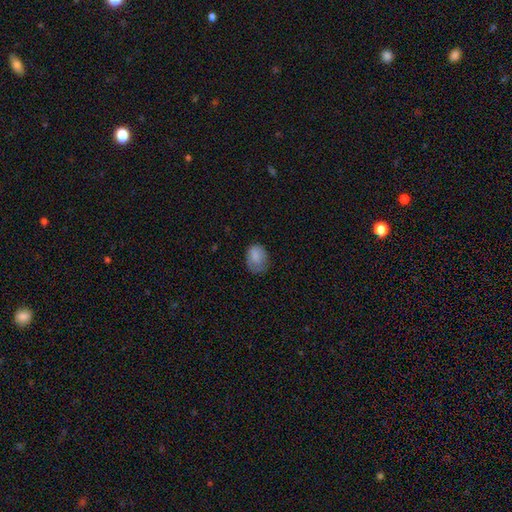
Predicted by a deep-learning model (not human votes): A smooth galaxy with no disk features (79%) that is in between round and cigar-shaped (62%). Merging: none (57%).